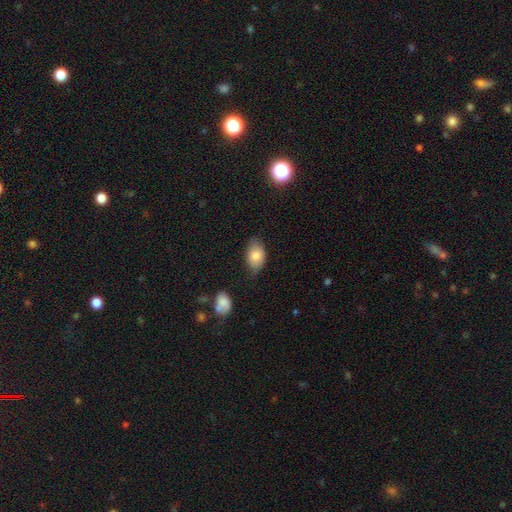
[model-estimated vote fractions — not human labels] Smooth or featured: smooth — 81% (featured or disk — 12%)
How rounded: in between — 89% (round — 9%)
Merging: none — 67% (minor disturbance — 26%)